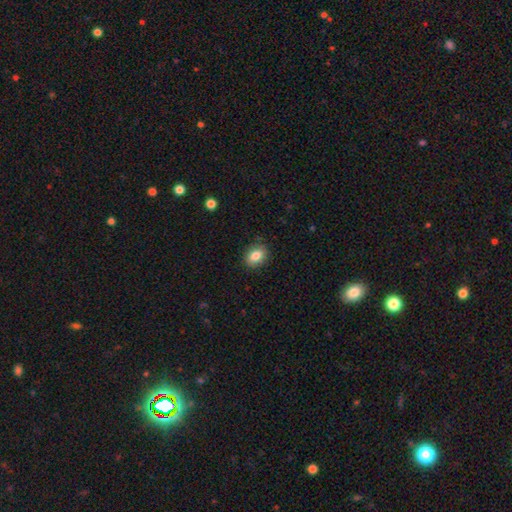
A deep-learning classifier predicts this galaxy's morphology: smooth_or_featured: smooth (p=0.83) [alt: star or artifact p=0.09]
how_rounded: in between (p=0.74) [alt: round p=0.24]
merging: none (p=0.85) [alt: minor disturbance p=0.12]